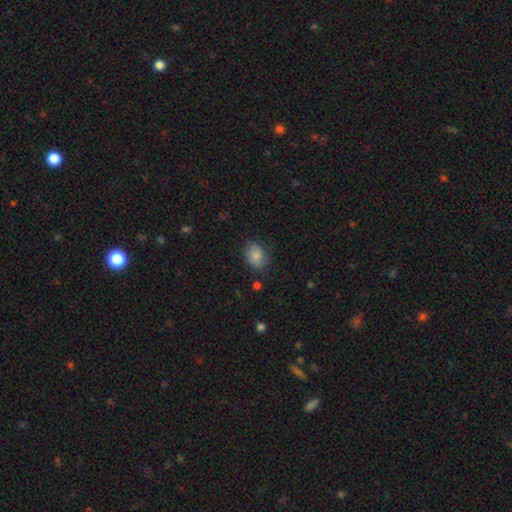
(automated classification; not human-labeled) The model was most divided on "how rounded": in between: 68%, round: 31%, cigar-shaped: 1%. More confident: smooth or featured — smooth (83%); merging — none (74%).